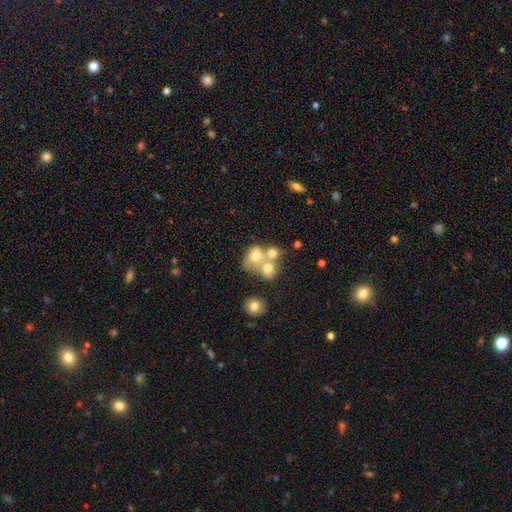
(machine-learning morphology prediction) smooth 64%, featured or disk 24%, star or artifact 13%. Down the decision tree: how rounded — round (55%); merging — merger (58%).